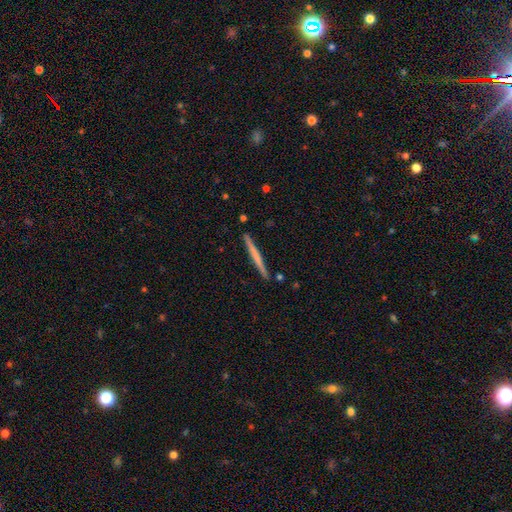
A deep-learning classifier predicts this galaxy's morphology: This is possibly a smooth galaxy (51%). How rounded: clearly cigar-shaped (97%). Merging: clearly none (91%).